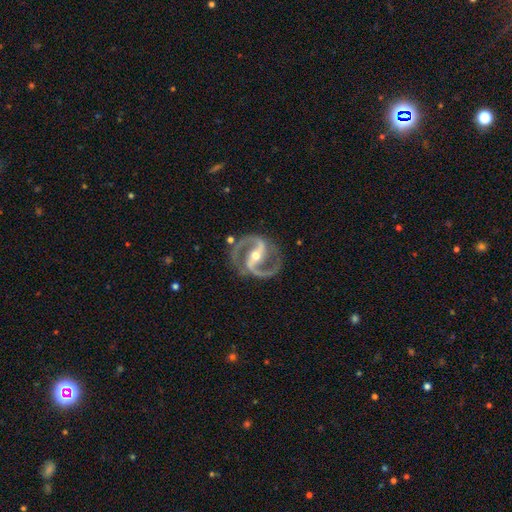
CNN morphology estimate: The model was most divided on "bulge size": moderate: 59%, small: 37%, large: 2%, none: 1%, dominant: 1%. More confident: spiral arms — yes (98%); edge-on disk — no (98%); spiral arm count — 2 (94%); smooth or featured — featured or disk (94%); merging — none (83%); spiral winding — medium (67%); bar — strong (64%).